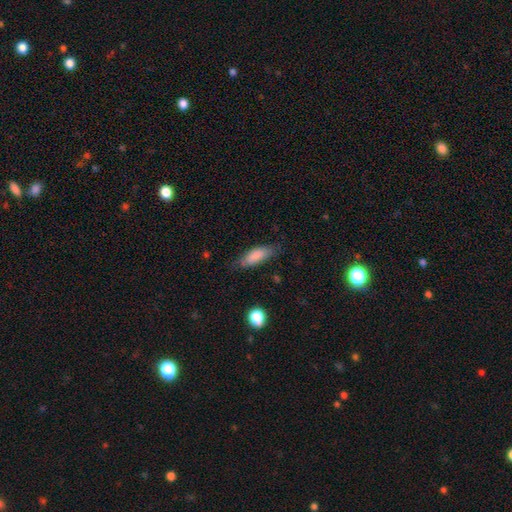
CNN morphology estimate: This is clearly a smooth galaxy (83%). How rounded: likely in between (67%). Merging: likely none (71%).